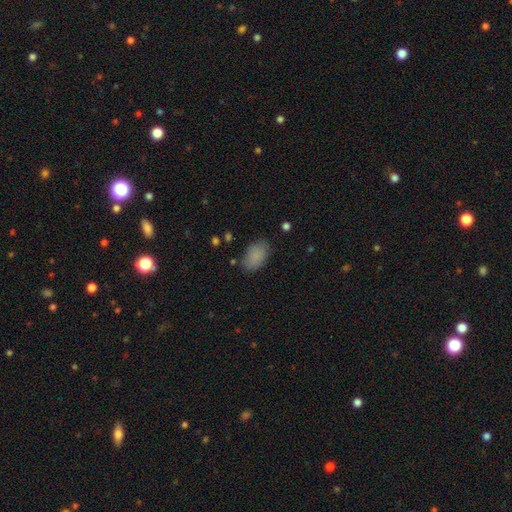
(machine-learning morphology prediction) A smooth galaxy with no disk features (85%) that is in between round and cigar-shaped (90%).

Vote fractions:
- Smooth or featured? smooth: 85% / star or artifact: 9% / featured or disk: 6%
- How rounded? in between: 90% / round: 9% / cigar-shaped: 2%
- Merging? none: 76% / minor disturbance: 17% / major disturbance: 5% / merger: 2%